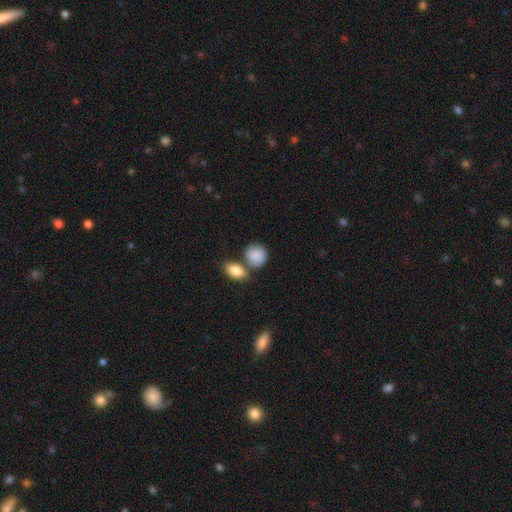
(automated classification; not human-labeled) This is clearly a smooth galaxy (85%). How rounded: likely round (65%). Merging: possibly none (53%).